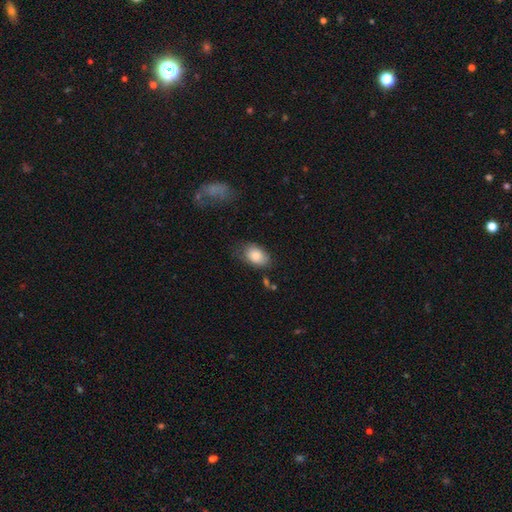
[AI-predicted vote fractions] smooth-or-featured: smooth: 79% | featured or disk: 14% | star or artifact: 7%
  how-rounded: in between: 87% | round: 12% | cigar-shaped: 1%
  merging: none: 61% | minor disturbance: 28% | major disturbance: 8% | merger: 3%